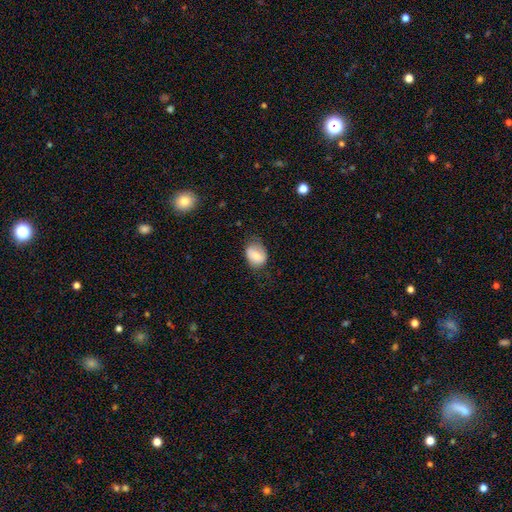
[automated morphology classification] This appears to be a smooth galaxy with no disk features (72%) that is in between round and cigar-shaped (65%). Merging: none (62%).